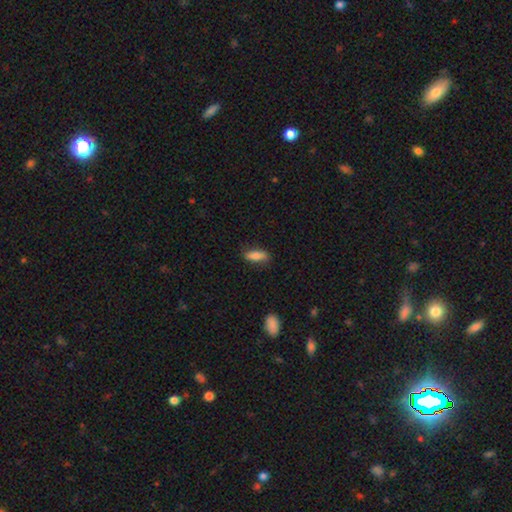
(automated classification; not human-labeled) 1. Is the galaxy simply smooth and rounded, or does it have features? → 82% smooth, 11% featured or disk, 7% star or artifact.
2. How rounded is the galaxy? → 66% in between, 32% cigar-shaped, 3% round.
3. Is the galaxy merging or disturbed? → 80% none, 16% minor disturbance, 3% major disturbance, 1% merger.